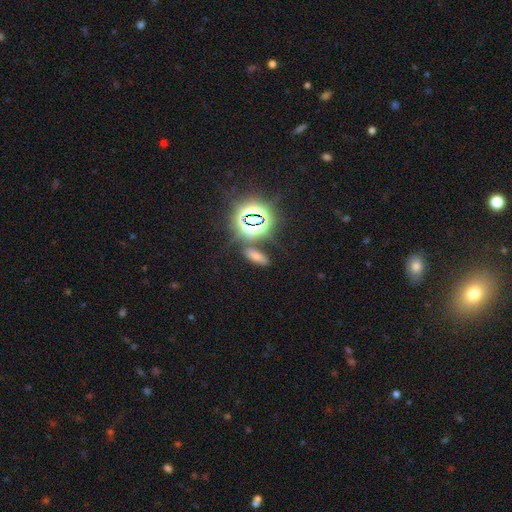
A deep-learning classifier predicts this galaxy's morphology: This appears to be a smooth galaxy with no disk features (51%) that is in between round and cigar-shaped (63%). Merging: none (75%).